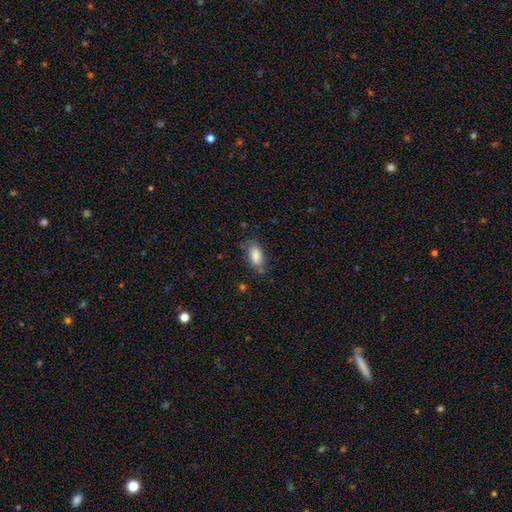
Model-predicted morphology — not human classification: smooth 84%, featured or disk 9%, star or artifact 7%. Down the decision tree: how rounded — in between (90%); merging — none (71%).